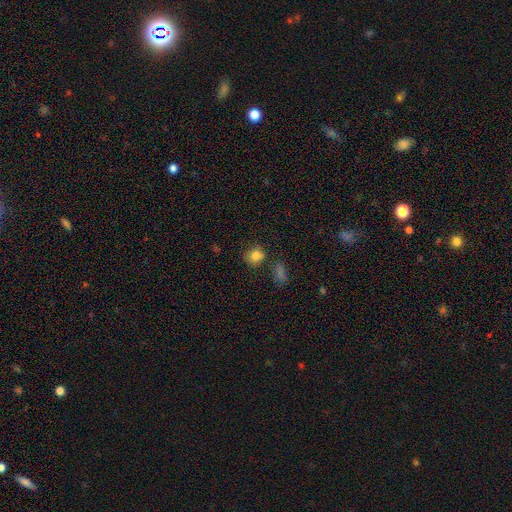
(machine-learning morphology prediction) This is clearly a smooth galaxy (81%). How rounded: likely round (68%). Merging: likely none (63%).